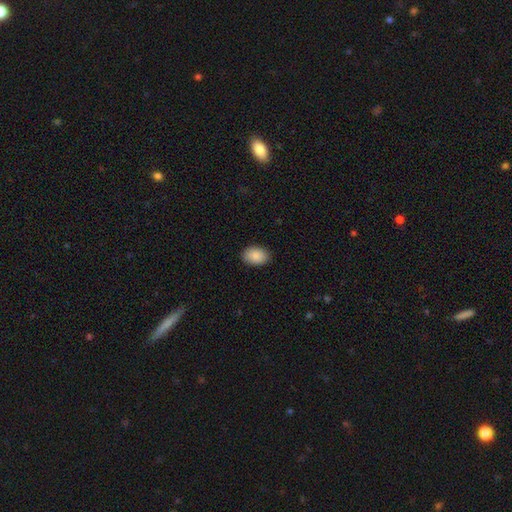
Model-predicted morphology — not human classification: type=smooth (90%); roundness=in between (84%); merging=none (89%).